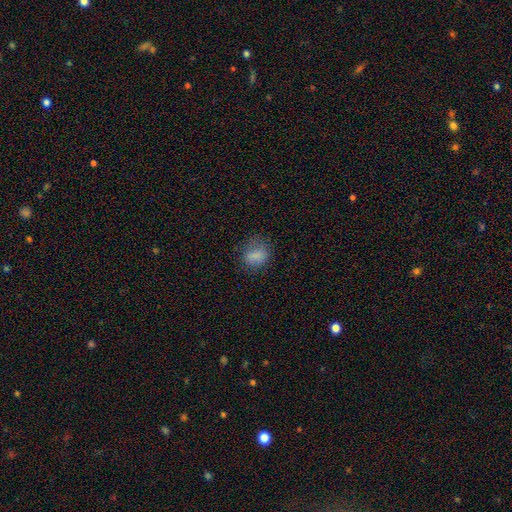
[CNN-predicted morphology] smooth-or-featured: smooth: 80% | star or artifact: 11% | featured or disk: 9%
  how-rounded: in between: 55% | round: 43% | cigar-shaped: 2%
  merging: none: 66% | minor disturbance: 22% | major disturbance: 11% | merger: 1%